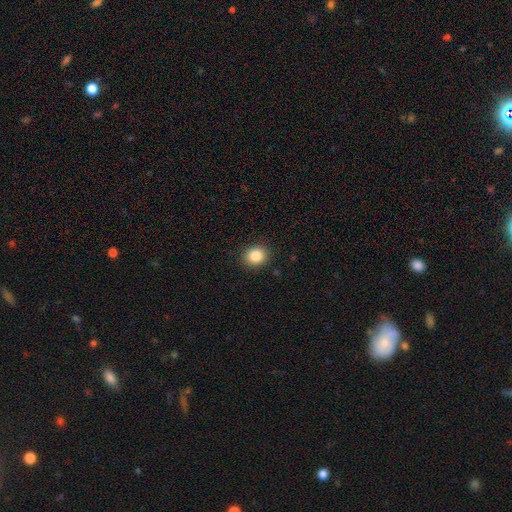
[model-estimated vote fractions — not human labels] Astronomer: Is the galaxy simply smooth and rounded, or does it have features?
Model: smooth — 85%.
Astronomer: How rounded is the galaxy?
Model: round — 73%.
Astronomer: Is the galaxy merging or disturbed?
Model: none — 90%.